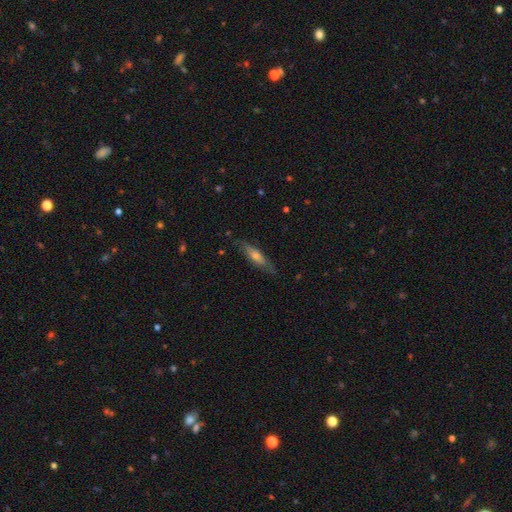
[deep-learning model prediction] This appears to be a featured or disk galaxy (47%). Merging: none (81%).